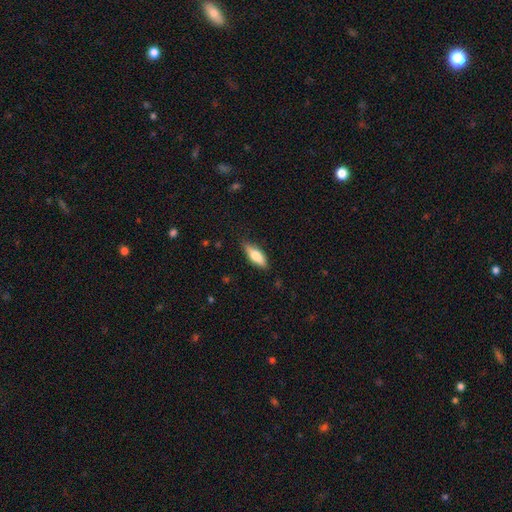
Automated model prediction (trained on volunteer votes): Overall: smooth (68%). How rounded: in between (61%; cigar-shaped 37%). Merging: none (81%).